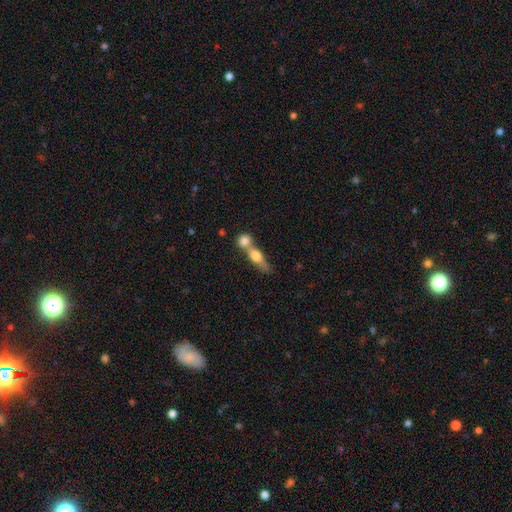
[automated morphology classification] The model was most divided on "how rounded": in between: 45%, cigar-shaped: 35%, round: 19%. More confident: merging — merger (64%); smooth or featured — smooth (63%).